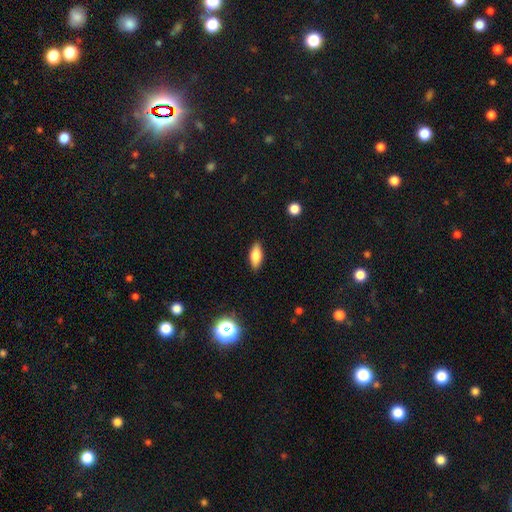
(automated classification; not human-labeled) The model was most divided on "smooth or featured": smooth: 78%, featured or disk: 15%, star or artifact: 8%. More confident: merging — none (88%); how rounded — in between (82%).